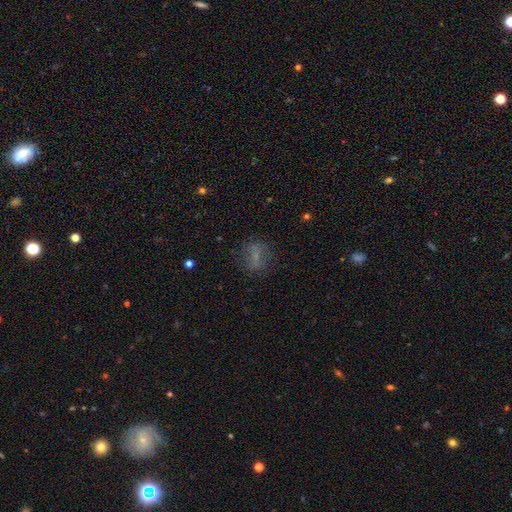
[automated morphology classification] A smooth galaxy with no disk features (57%) that is in between round and cigar-shaped (51%). Merging: none (73%).